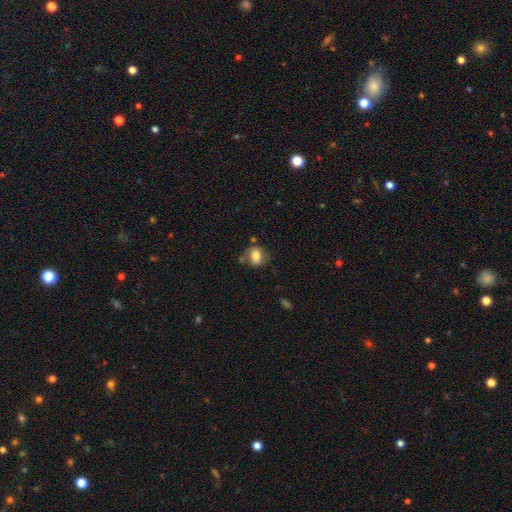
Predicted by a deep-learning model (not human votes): smooth-or-featured: smooth: 78% | featured or disk: 14% | star or artifact: 9%
  how-rounded: in between: 55% | round: 43% | cigar-shaped: 1%
  merging: none: 61% | minor disturbance: 22% | merger: 8% | major disturbance: 8%